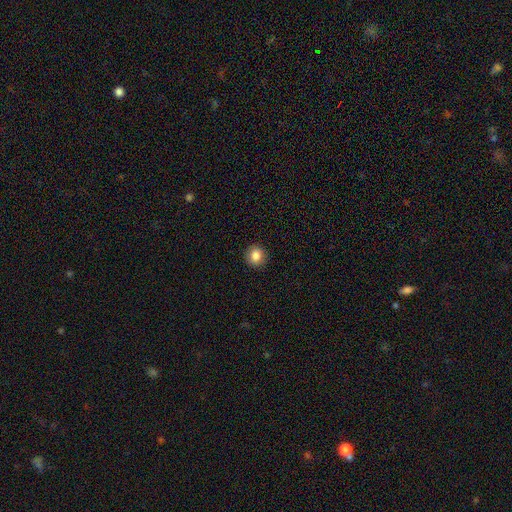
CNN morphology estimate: smooth 85%, star or artifact 10%, featured or disk 5%. Down the decision tree: how rounded — round (88%); merging — none (92%).